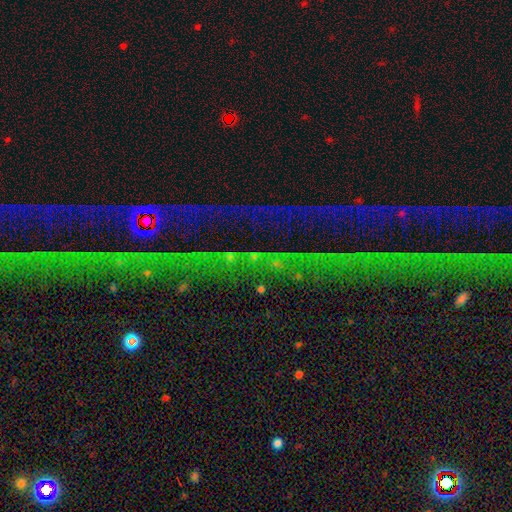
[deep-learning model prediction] Smooth or featured: star or artifact — 76% (featured or disk — 13%)